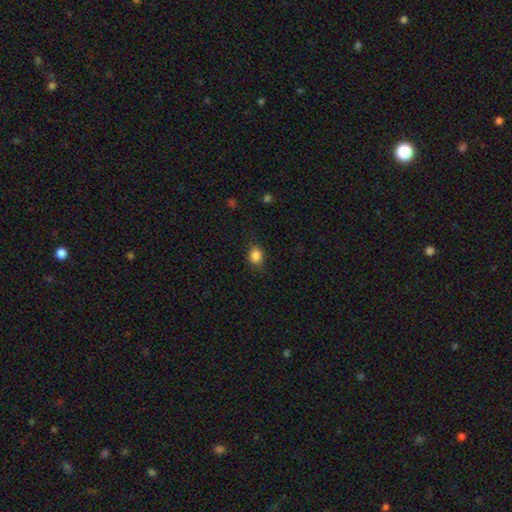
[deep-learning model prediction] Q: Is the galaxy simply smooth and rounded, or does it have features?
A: smooth — 85%.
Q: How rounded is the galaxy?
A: round — 50%.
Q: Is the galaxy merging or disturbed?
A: none — 82%.